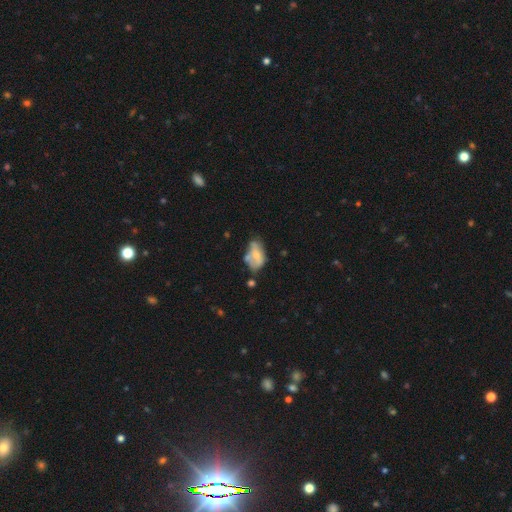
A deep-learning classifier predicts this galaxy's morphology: type=smooth (53%); roundness=in between (89%); merging=minor disturbance (32%, tied with none).